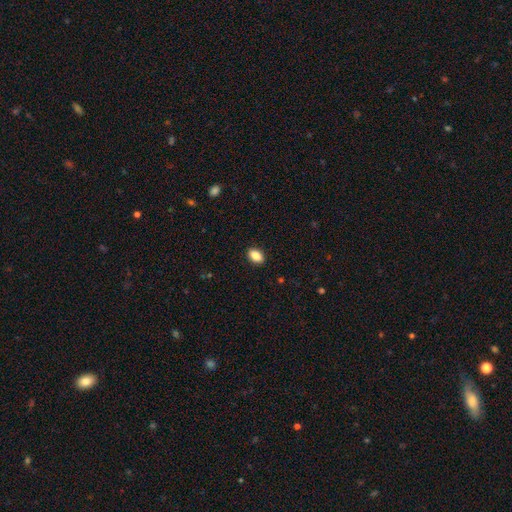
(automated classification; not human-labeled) The model was most divided on "how rounded": in between: 88%, round: 10%, cigar-shaped: 2%. More confident: merging — none (90%); smooth or featured — smooth (87%).